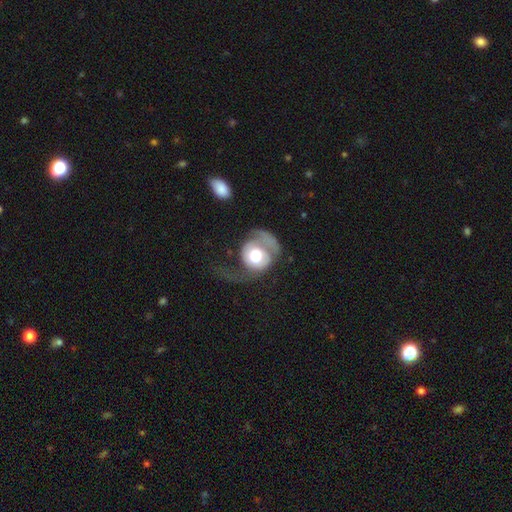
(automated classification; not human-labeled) smooth_or_featured: featured or disk (p=0.58) [alt: smooth p=0.36]
disk_edge_on: no (p=0.97) [alt: yes p=0.03]
bar: no (p=0.81) [alt: weak p=0.15]
has_spiral_arms: yes (p=0.69) [alt: no p=0.31]
bulge_size: moderate (p=0.51) [alt: large p=0.37]
merging: major disturbance (p=0.56) [alt: none p=0.23]